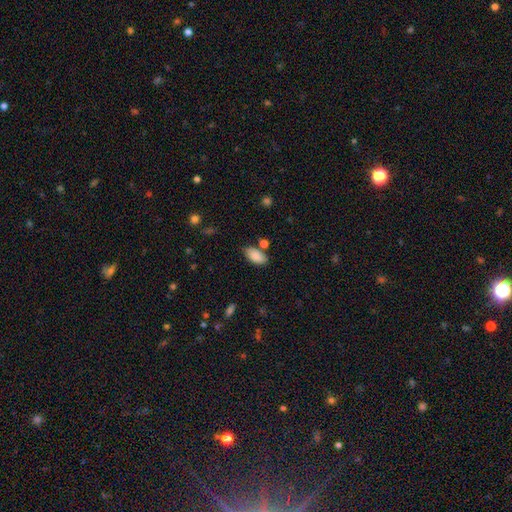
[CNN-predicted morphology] type=smooth (88%); roundness=in between (94%); merging=none (73%).